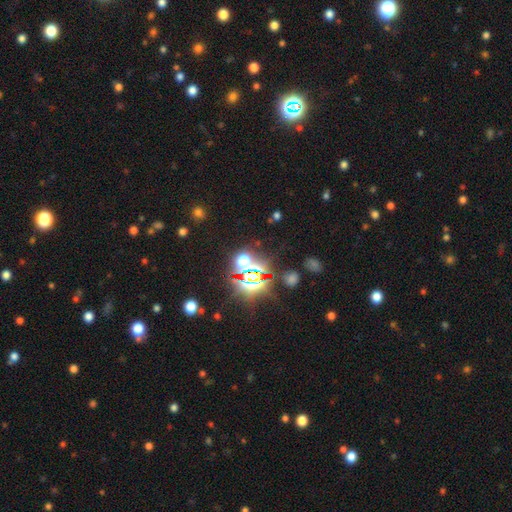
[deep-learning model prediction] A star or artifact, not a galaxy (81%).